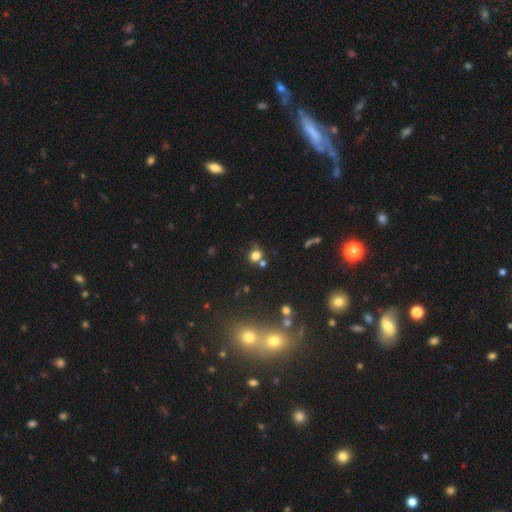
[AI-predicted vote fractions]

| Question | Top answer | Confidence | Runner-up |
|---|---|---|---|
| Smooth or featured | smooth | 75% | star or artifact (17%) |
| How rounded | round | 84% | in between (15%) |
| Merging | none | 64% | merger (18%) |